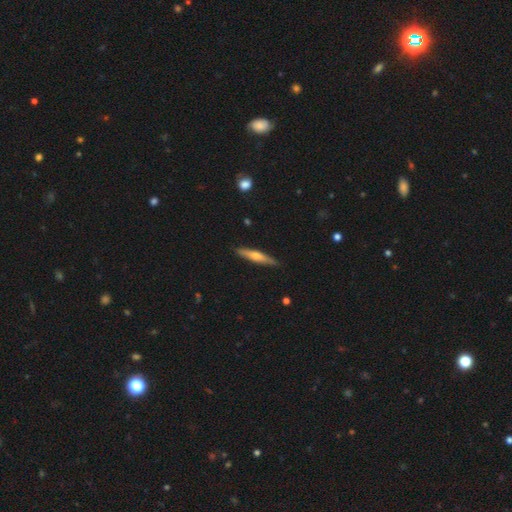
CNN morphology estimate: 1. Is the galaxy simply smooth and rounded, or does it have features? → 48% featured or disk, 46% smooth, 6% star or artifact.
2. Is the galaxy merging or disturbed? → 88% none, 9% minor disturbance, 2% major disturbance, 1% merger.